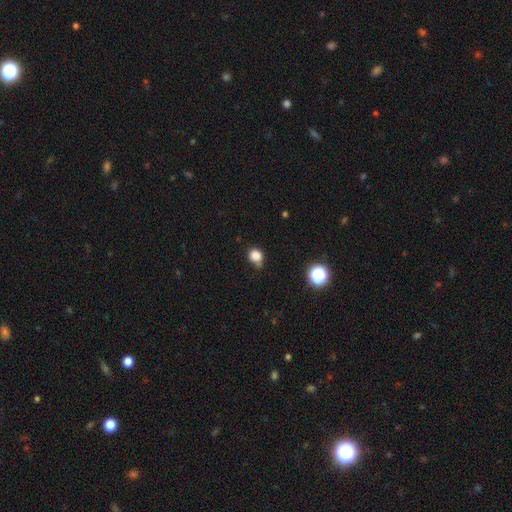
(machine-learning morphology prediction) A smooth galaxy with no disk features (81%) that is round (68%). Merging: none (44%).